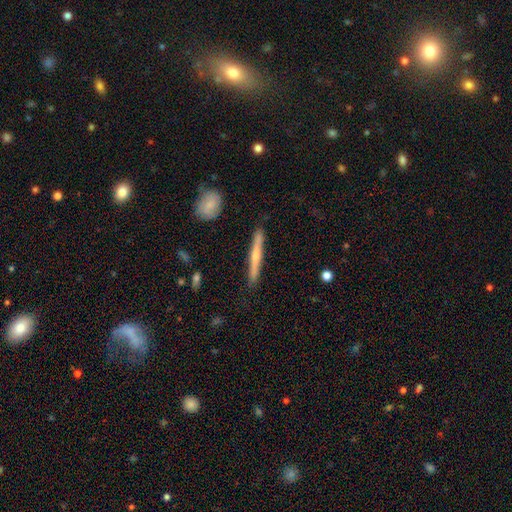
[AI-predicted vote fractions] The model was most divided on "smooth or featured": featured or disk: 54%, smooth: 40%, star or artifact: 6%. More confident: edge-on disk — yes (97%); merging — none (89%); edge-on bulge — rounded (64%).